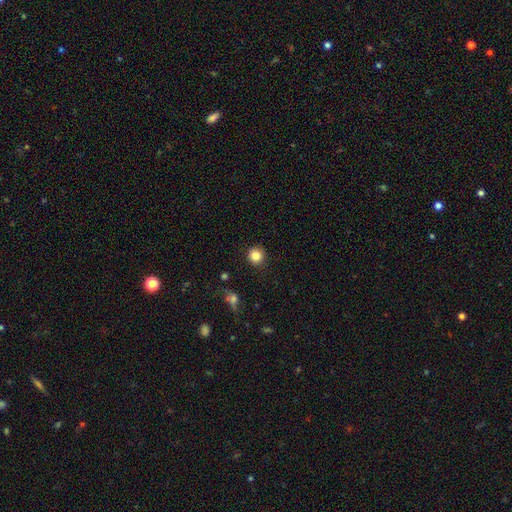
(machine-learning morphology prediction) type=smooth (84%); roundness=round (93%); merging=none (90%).